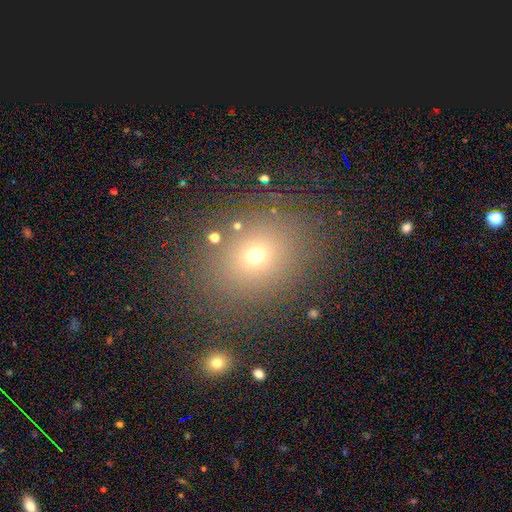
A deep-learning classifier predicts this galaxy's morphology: Smooth or featured?
  - smooth: 64% *
  - star or artifact: 25%
  - featured or disk: 11%
How rounded?
  - round: 61% *
  - in between: 38%
  - cigar-shaped: 1%
Merging?
  - none: 84% *
  - minor disturbance: 8%
  - major disturbance: 4%
  - merger: 3%